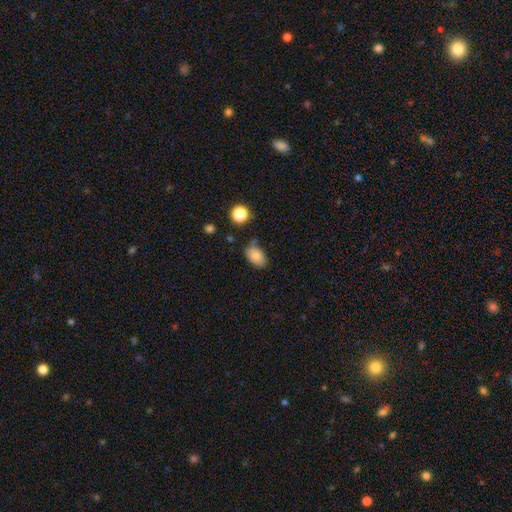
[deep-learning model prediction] This is clearly a smooth galaxy (83%). How rounded: clearly in between (87%). Merging: likely none (68%).